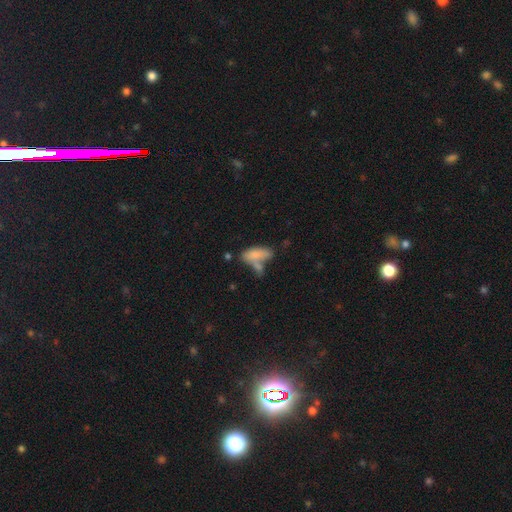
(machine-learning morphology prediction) Overall: smooth (77%). How rounded: in between (77%). Merging: none (37%; merger 36%).